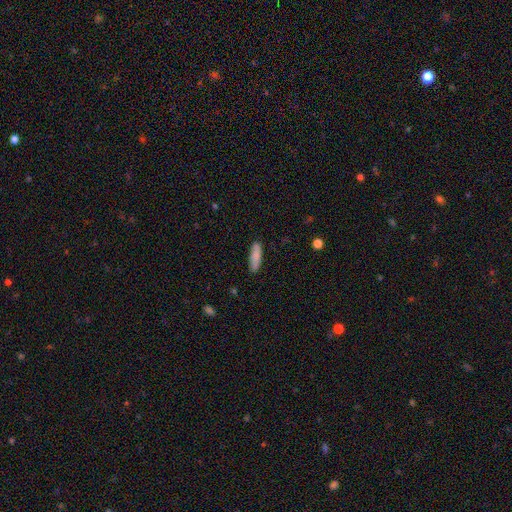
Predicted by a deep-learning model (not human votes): A smooth galaxy with no disk features (84%) that is cigar-shaped (55%).

Vote fractions:
- Smooth or featured? smooth: 84% / featured or disk: 10% / star or artifact: 6%
- How rounded? cigar-shaped: 55% / in between: 43% / round: 2%
- Merging? none: 85% / minor disturbance: 11% / major disturbance: 2% / merger: 1%